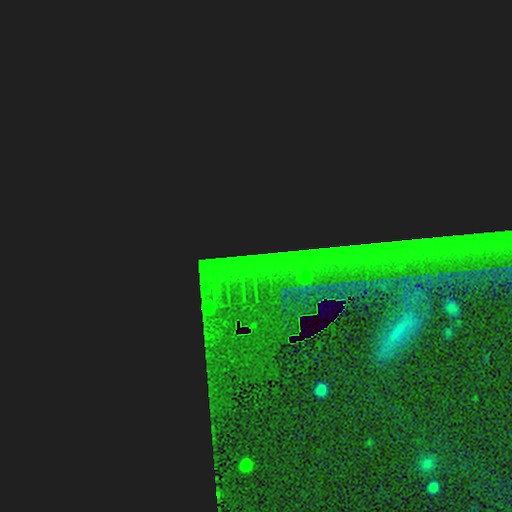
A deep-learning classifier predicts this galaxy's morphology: Smooth or featured: star or artifact — 80% (featured or disk — 11%)